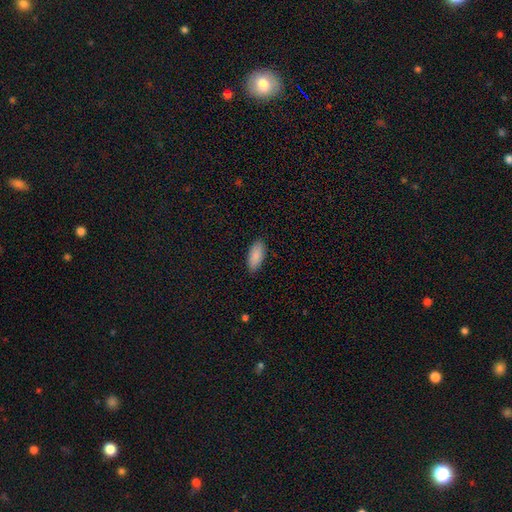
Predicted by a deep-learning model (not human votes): Q: Smooth or featured?
A: smooth (89%); runner-up: star or artifact (6%)
Q: How rounded?
A: in between (85%); runner-up: cigar-shaped (13%)
Q: Merging?
A: none (87%); runner-up: minor disturbance (10%)